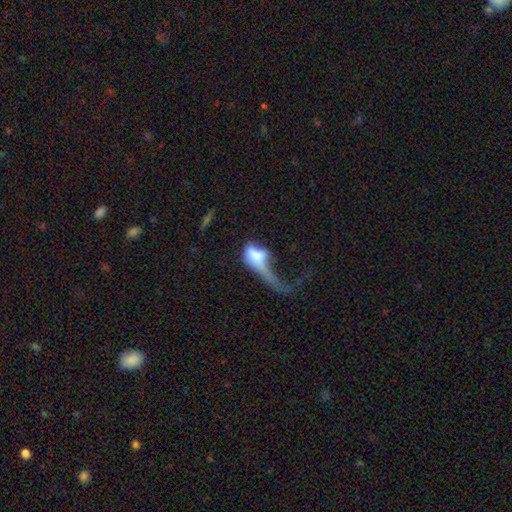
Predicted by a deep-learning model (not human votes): smooth-or-featured: smooth: 57% | featured or disk: 34% | star or artifact: 9%
  how-rounded: in between: 72% | round: 16% | cigar-shaped: 13%
  merging: major disturbance: 64% | merger: 14% | none: 11% | minor disturbance: 11%